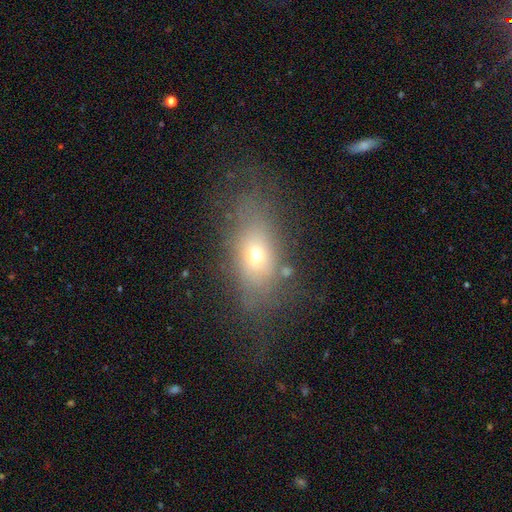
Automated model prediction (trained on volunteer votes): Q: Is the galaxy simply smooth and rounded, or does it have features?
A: smooth — 60%.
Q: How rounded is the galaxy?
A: in between — 71%.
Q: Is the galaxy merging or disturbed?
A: none — 60%.